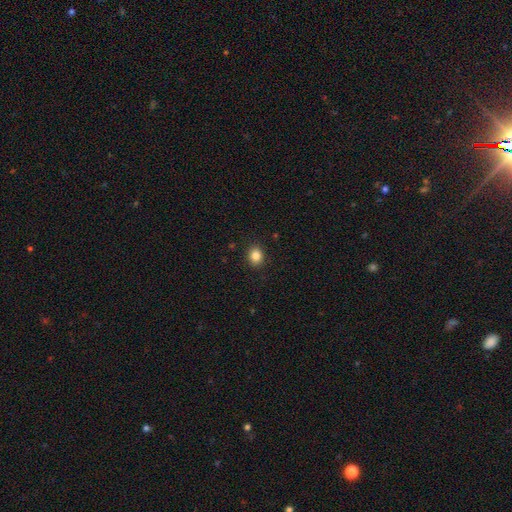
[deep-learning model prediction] Q: Smooth or featured?
A: smooth (85%); runner-up: star or artifact (10%)
Q: How rounded?
A: round (62%); runner-up: in between (37%)
Q: Merging?
A: none (90%); runner-up: minor disturbance (7%)